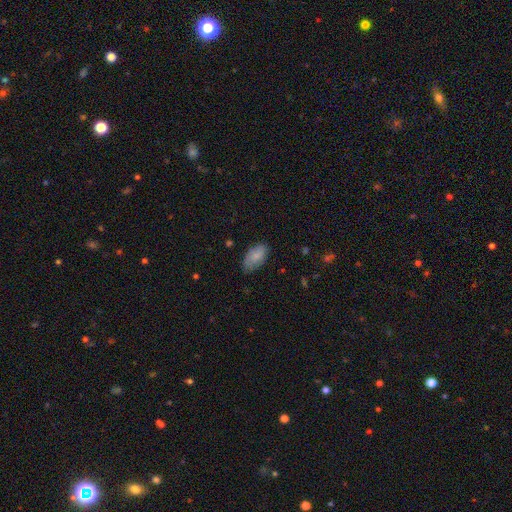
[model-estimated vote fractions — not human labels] Smooth or featured: smooth — 83% (featured or disk — 11%)
How rounded: in between — 94% (round — 3%)
Merging: none — 71% (minor disturbance — 23%)